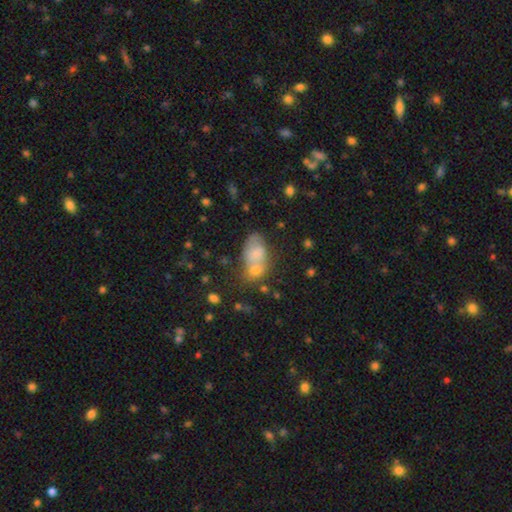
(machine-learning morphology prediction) This appears to be a smooth galaxy with no disk features (65%) that is in between round and cigar-shaped (81%). Merging: merger (52%).